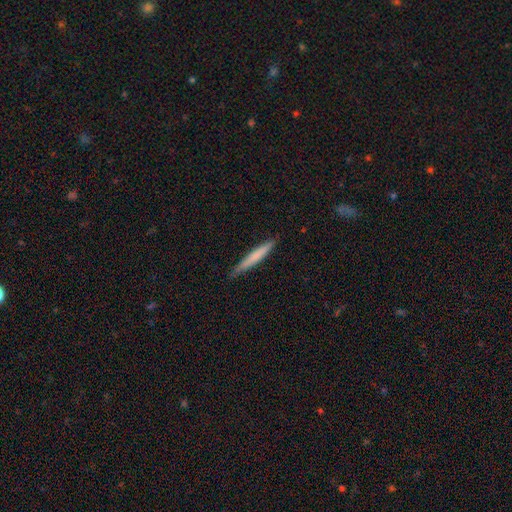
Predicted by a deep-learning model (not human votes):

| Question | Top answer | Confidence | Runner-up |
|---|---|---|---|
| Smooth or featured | smooth | 67% | featured or disk (28%) |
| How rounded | cigar-shaped | 96% | in between (3%) |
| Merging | none | 86% | minor disturbance (11%) |